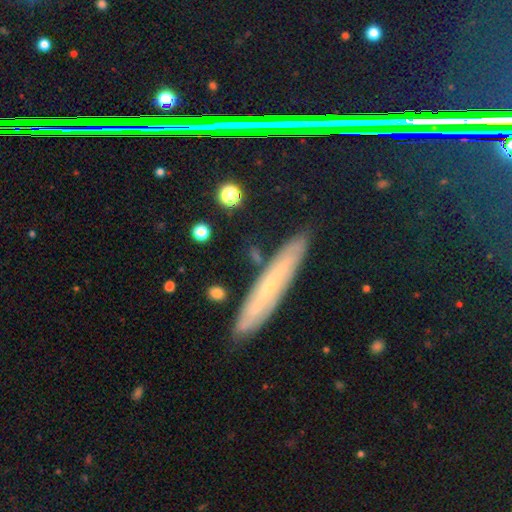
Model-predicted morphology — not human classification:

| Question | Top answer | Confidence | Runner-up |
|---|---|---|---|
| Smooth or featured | featured or disk | 49% | smooth (44%) |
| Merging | none | 81% | minor disturbance (12%) |